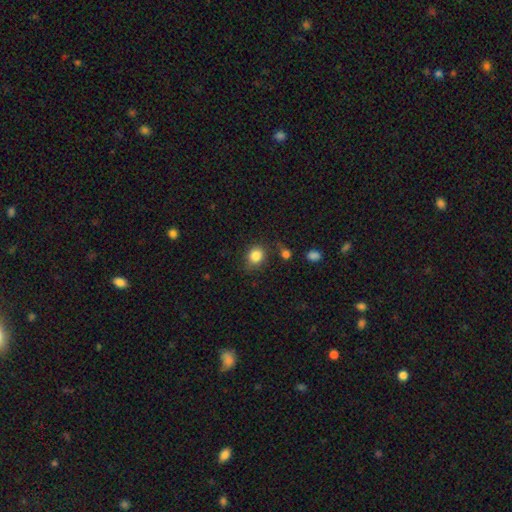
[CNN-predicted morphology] smooth_or_featured: smooth (p=0.84) [alt: star or artifact p=0.10]
how_rounded: round (p=0.65) [alt: in between p=0.34]
merging: none (p=0.73) [alt: minor disturbance p=0.16]